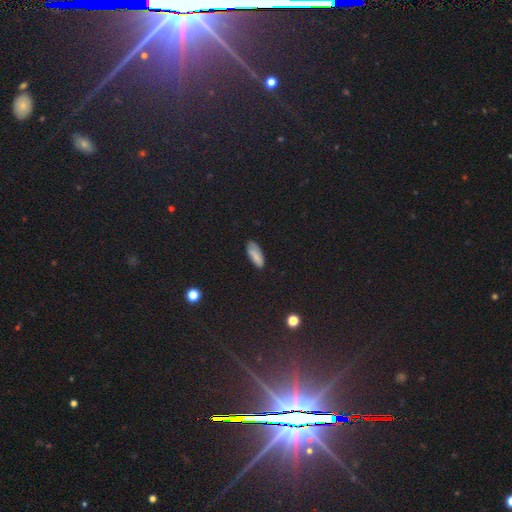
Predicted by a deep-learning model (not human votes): Smooth or featured? smooth (78%)
How rounded? in between (72%)
Merging? none (75%)